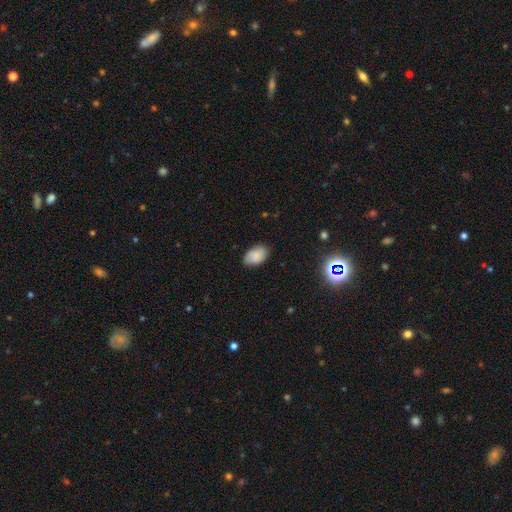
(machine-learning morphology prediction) A smooth galaxy with no disk features (84%) that is in between round and cigar-shaped (91%).

Vote fractions:
- Smooth or featured? smooth: 84% / star or artifact: 8% / featured or disk: 8%
- How rounded? in between: 91% / round: 8% / cigar-shaped: 1%
- Merging? none: 81% / minor disturbance: 15% / major disturbance: 3% / merger: 1%